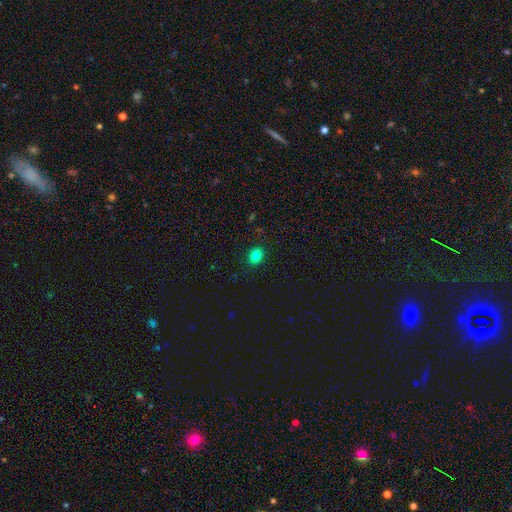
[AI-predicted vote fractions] Smooth or featured? Predicted: smooth (p=0.83). How rounded? Predicted: in between (p=0.58). Merging? Predicted: none (p=0.88).